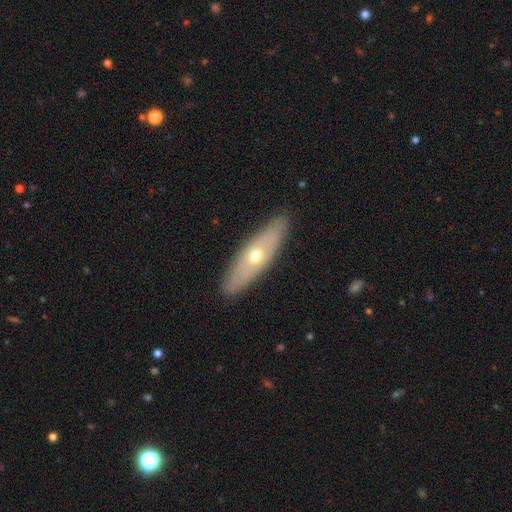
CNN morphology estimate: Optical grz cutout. It shows a featured or disk galaxy (48%). Merging: none (88%).